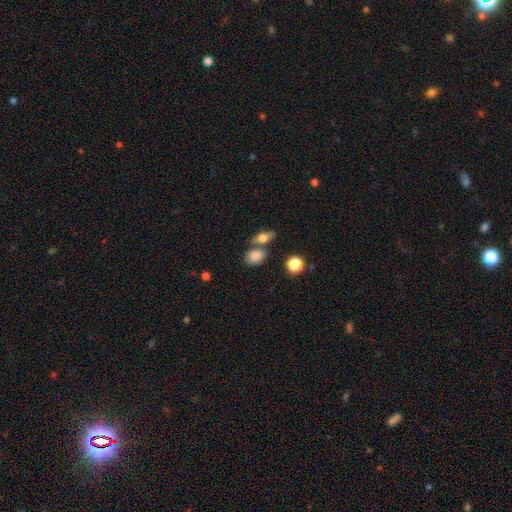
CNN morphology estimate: The model was most divided on "merging": none: 60%, merger: 23%, minor disturbance: 12%, major disturbance: 4%. More confident: smooth or featured — smooth (82%); how rounded — in between (71%).